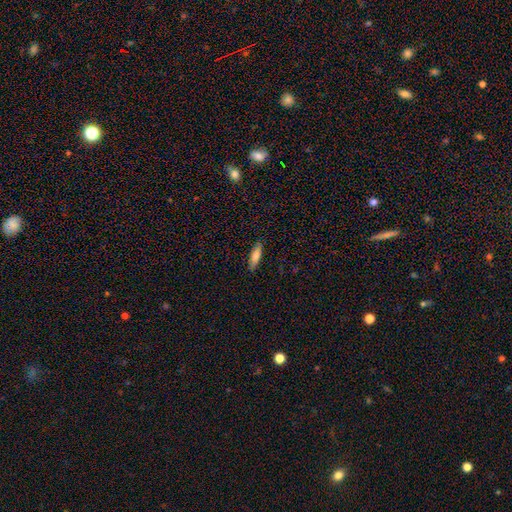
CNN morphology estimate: The model was most divided on "how rounded": cigar-shaped: 62%, in between: 36%, round: 2%. More confident: merging — none (87%); smooth or featured — smooth (74%).